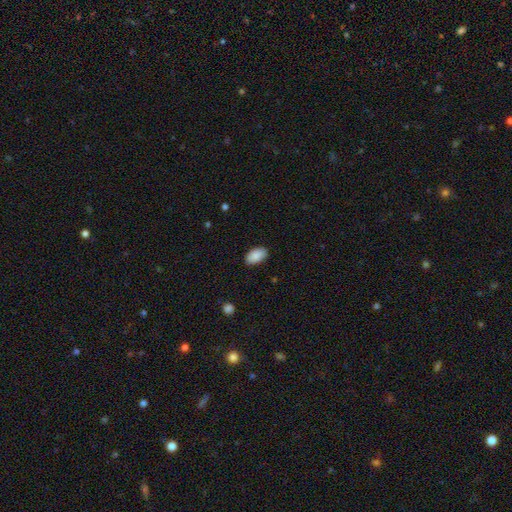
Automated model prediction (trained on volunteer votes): This appears to be a smooth galaxy with no disk features (89%) that is in between round and cigar-shaped (94%). Merging: none (87%).